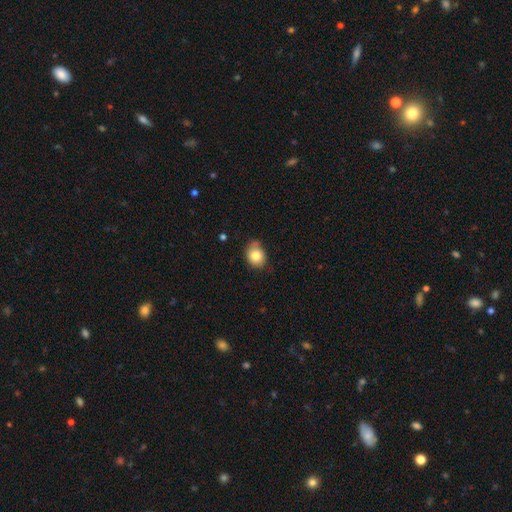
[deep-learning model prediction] smooth-or-featured: smooth: 81% | featured or disk: 11% | star or artifact: 9%
  how-rounded: in between: 50% | round: 49% | cigar-shaped: 1%
  merging: none: 60% | minor disturbance: 31% | major disturbance: 6% | merger: 4%